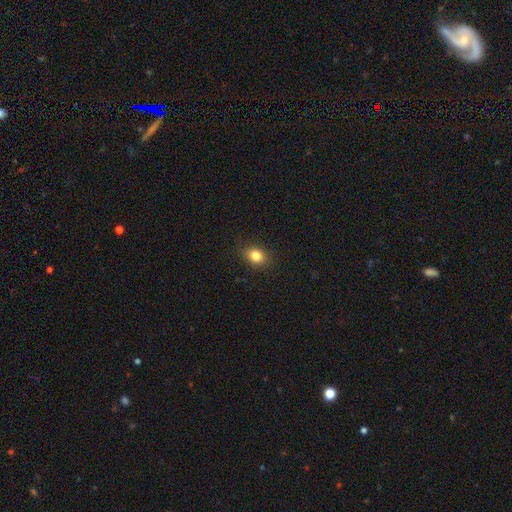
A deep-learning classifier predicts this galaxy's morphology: smooth 83%, star or artifact 11%, featured or disk 6%. Down the decision tree: how rounded — in between (56%); merging — none (87%).